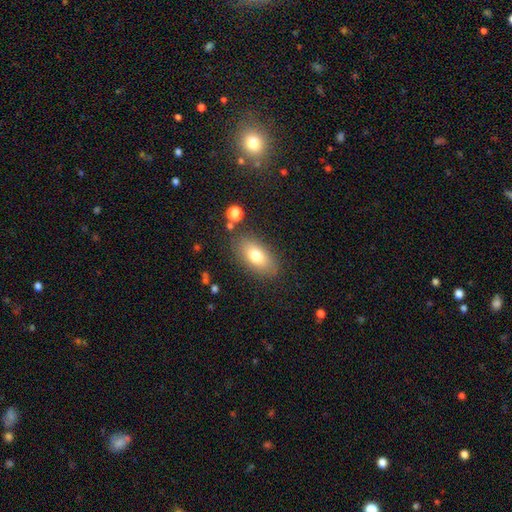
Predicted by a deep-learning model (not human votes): A smooth galaxy with no disk features (75%) that is in between round and cigar-shaped (89%). Merging: none (81%).